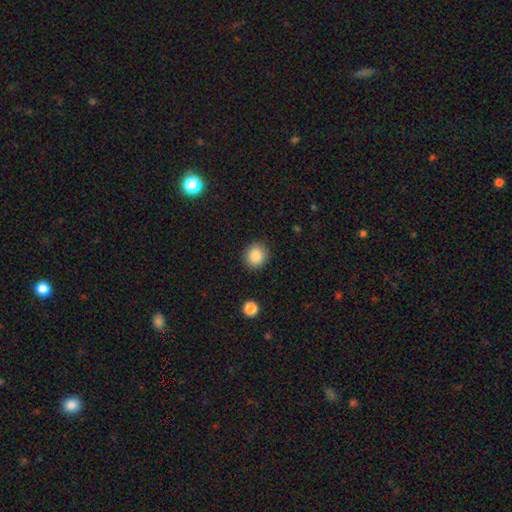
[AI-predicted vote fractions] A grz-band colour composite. It shows a smooth galaxy with no disk features (87%) that is round (80%). Merging: none (89%).